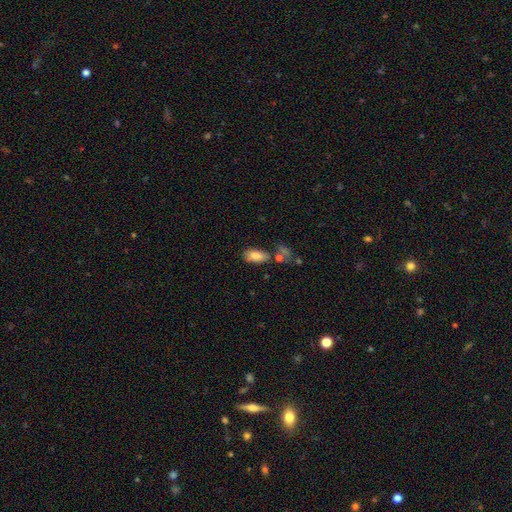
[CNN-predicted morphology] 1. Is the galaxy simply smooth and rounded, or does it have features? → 80% smooth, 13% featured or disk, 8% star or artifact.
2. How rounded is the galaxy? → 89% in between, 7% cigar-shaped, 3% round.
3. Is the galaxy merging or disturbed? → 58% none, 19% minor disturbance, 16% merger, 6% major disturbance.